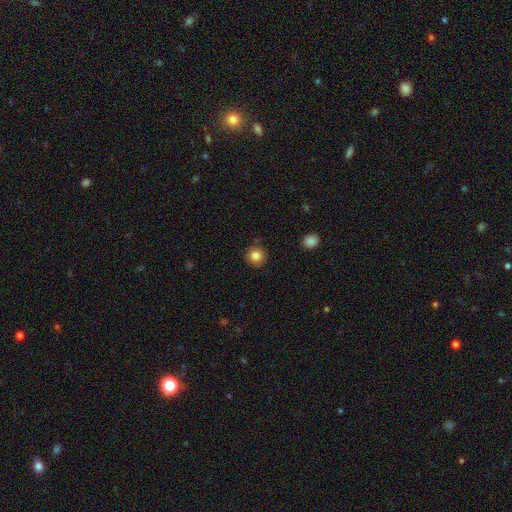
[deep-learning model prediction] A smooth galaxy with no disk features (84%) that is round (94%).

Vote fractions:
- Smooth or featured? smooth: 84% / star or artifact: 11% / featured or disk: 6%
- How rounded? round: 94% / in between: 5% / cigar-shaped: 1%
- Merging? none: 88% / minor disturbance: 8% / merger: 2% / major disturbance: 2%